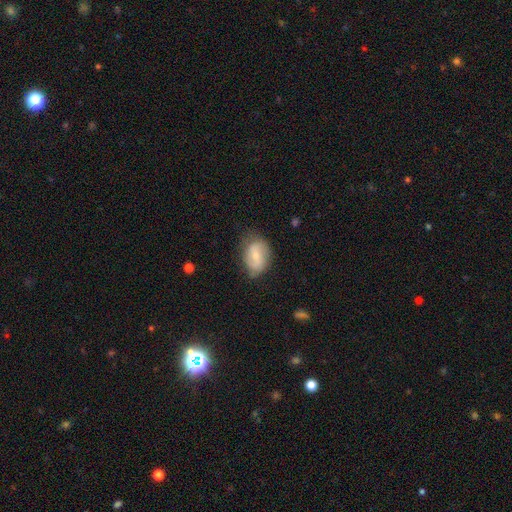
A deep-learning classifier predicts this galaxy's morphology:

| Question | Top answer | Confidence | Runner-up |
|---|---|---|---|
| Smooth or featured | featured or disk | 47% | smooth (46%) |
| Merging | none | 67% | minor disturbance (24%) |